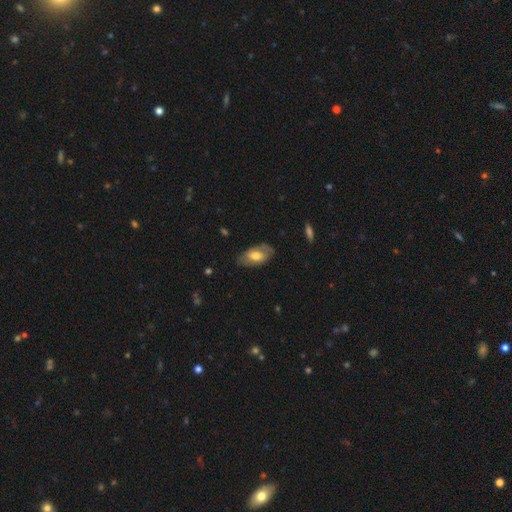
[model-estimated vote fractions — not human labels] smooth_or_featured: smooth (p=0.55) [alt: featured or disk p=0.39]
how_rounded: in between (p=0.92) [alt: cigar-shaped p=0.04]
merging: none (p=0.71) [alt: minor disturbance p=0.22]